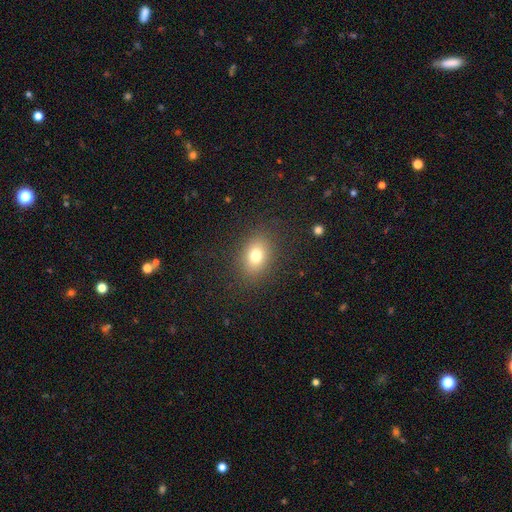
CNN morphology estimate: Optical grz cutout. It shows a smooth galaxy with no disk features (76%) that is in between round and cigar-shaped (67%). Merging: none (85%).